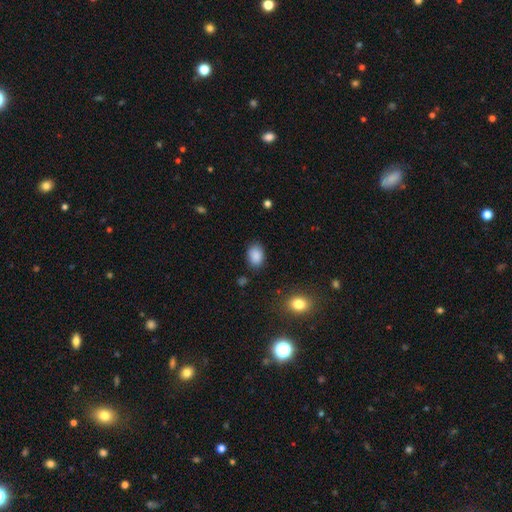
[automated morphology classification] This appears to be a smooth galaxy with no disk features (88%) that is in between round and cigar-shaped (76%). Merging: none (82%).